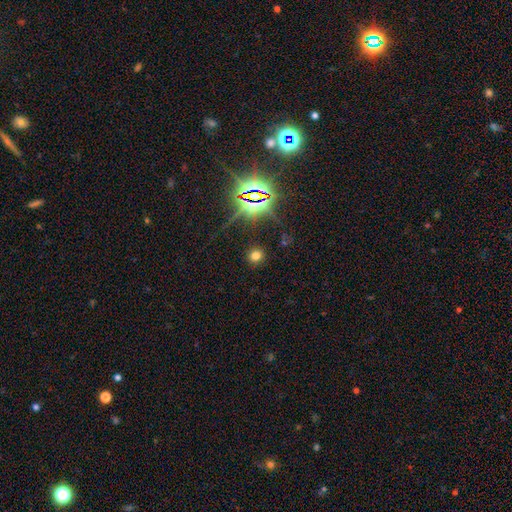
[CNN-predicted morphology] The model was most divided on "smooth or featured": smooth: 65%, star or artifact: 27%, featured or disk: 8%. More confident: how rounded — round (89%); merging — none (88%).